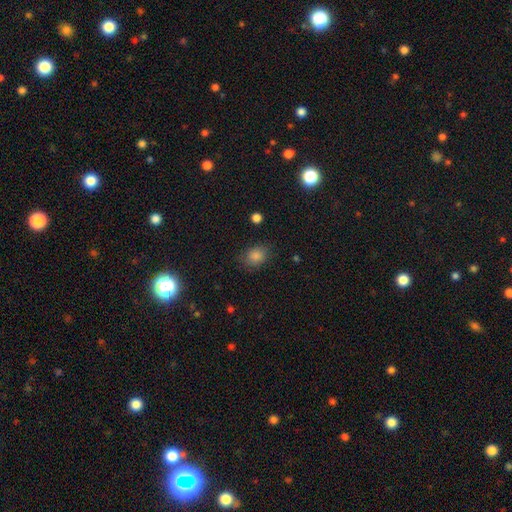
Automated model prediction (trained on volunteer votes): Overall: smooth (78%). How rounded: round (51%; in between 48%). Merging: none (80%).